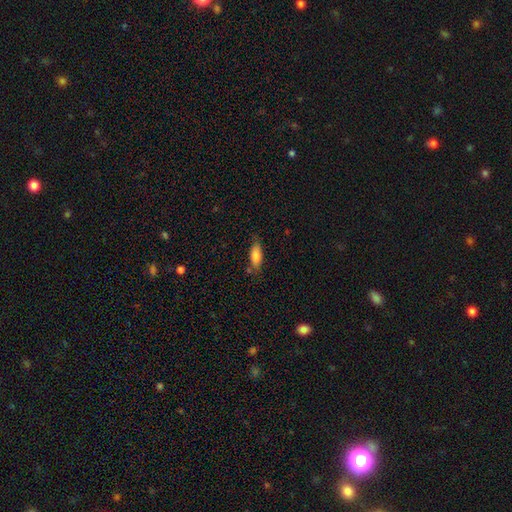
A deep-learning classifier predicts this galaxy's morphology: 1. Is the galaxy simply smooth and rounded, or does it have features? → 81% smooth, 12% featured or disk, 7% star or artifact.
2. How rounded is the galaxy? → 74% in between, 24% cigar-shaped, 2% round.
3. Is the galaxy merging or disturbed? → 73% none, 19% minor disturbance, 4% major disturbance, 4% merger.